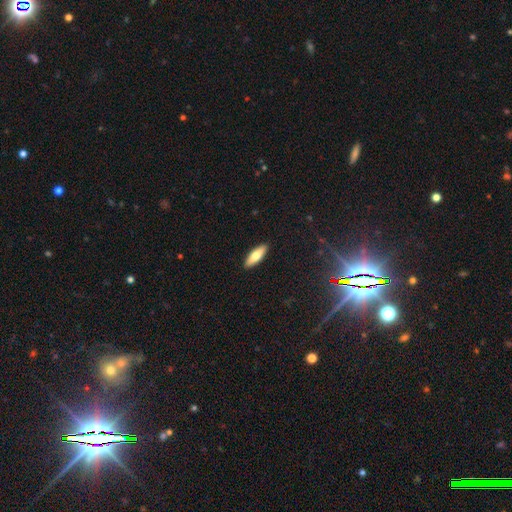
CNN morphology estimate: The model was most divided on "how rounded": in between: 50%, cigar-shaped: 48%, round: 2%. More confident: merging — none (91%); smooth or featured — smooth (72%).